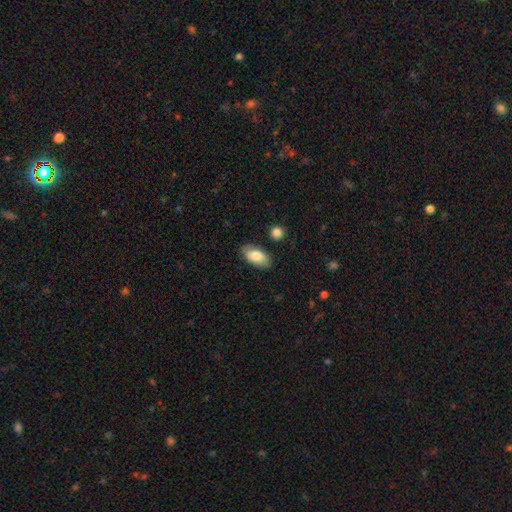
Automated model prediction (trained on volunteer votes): smooth_or_featured: smooth (p=0.80) [alt: featured or disk p=0.14]
how_rounded: in between (p=0.93) [alt: cigar-shaped p=0.04]
merging: none (p=0.82) [alt: minor disturbance p=0.13]